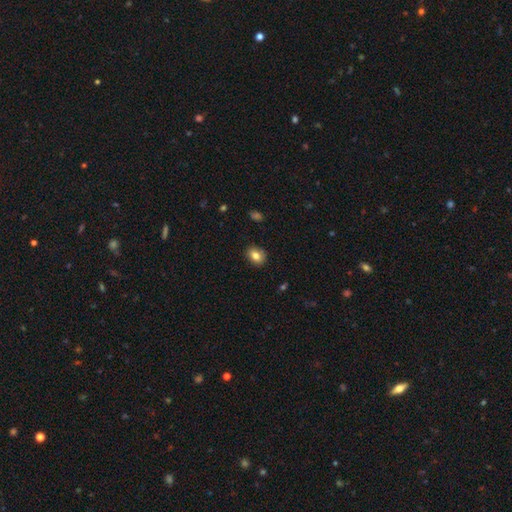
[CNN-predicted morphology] A smooth galaxy with no disk features (83%) that is in between round and cigar-shaped (58%).

Vote fractions:
- Smooth or featured? smooth: 83% / star or artifact: 9% / featured or disk: 8%
- How rounded? in between: 58% / round: 41% / cigar-shaped: 1%
- Merging? none: 87% / minor disturbance: 10% / major disturbance: 2% / merger: 1%